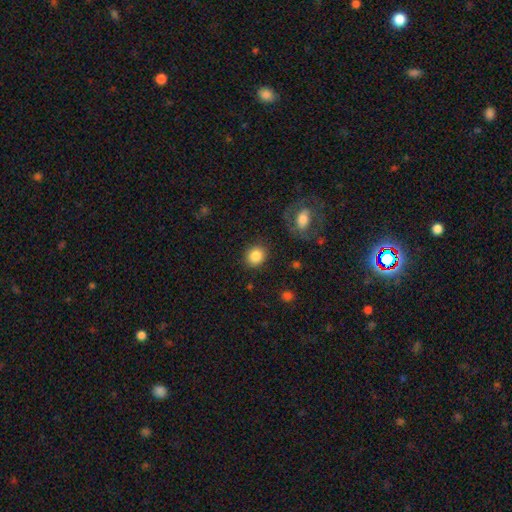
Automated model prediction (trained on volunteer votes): Morphology: type=smooth (85%); roundness=round (73%); merging=none (87%).